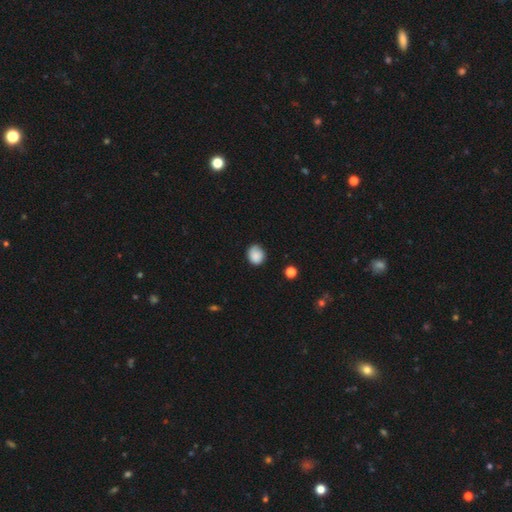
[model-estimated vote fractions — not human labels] smooth_or_featured: smooth (p=0.87) [alt: star or artifact p=0.09]
how_rounded: round (p=0.71) [alt: in between p=0.28]
merging: none (p=0.76) [alt: minor disturbance p=0.19]